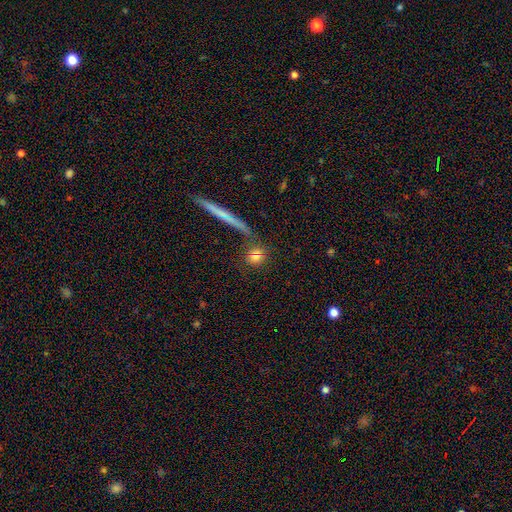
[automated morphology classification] Overall: smooth (69%). How rounded: round (74%). Merging: none (71%).